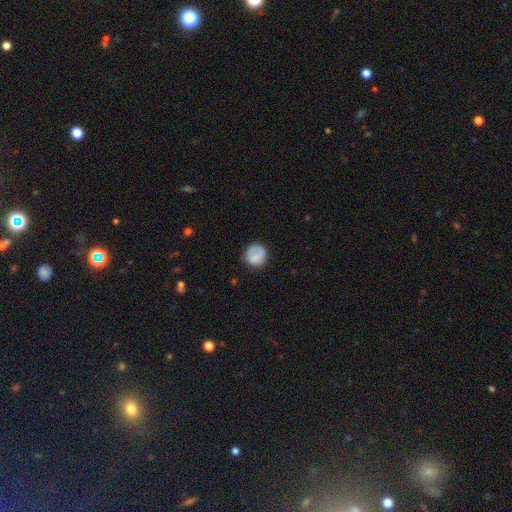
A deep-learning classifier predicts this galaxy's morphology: Smooth or featured? Predicted: smooth (p=0.78). How rounded? Predicted: round (p=0.90). Merging? Predicted: none (p=0.74).